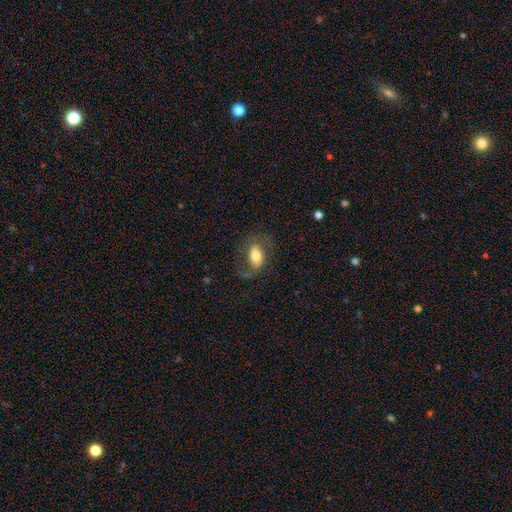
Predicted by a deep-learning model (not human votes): A smooth galaxy with no disk features (66%) that is in between round and cigar-shaped (88%).

Vote fractions:
- Smooth or featured? smooth: 66% / featured or disk: 27% / star or artifact: 8%
- How rounded? in between: 88% / round: 9% / cigar-shaped: 3%
- Merging? none: 63% / minor disturbance: 20% / major disturbance: 15% / merger: 2%